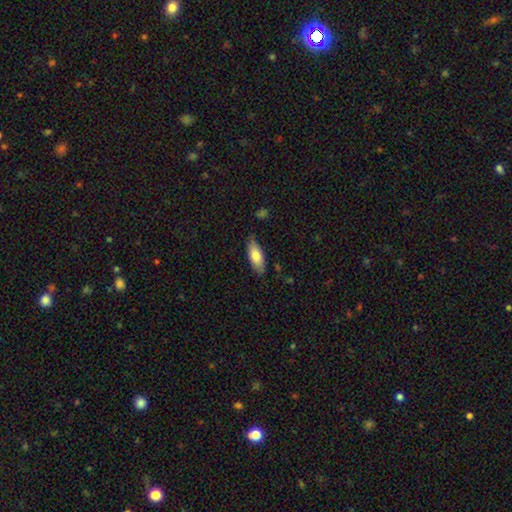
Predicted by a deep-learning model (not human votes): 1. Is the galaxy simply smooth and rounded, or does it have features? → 75% smooth, 18% featured or disk, 6% star or artifact.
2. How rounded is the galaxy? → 75% in between, 23% cigar-shaped, 2% round.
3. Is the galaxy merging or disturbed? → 79% none, 17% minor disturbance, 3% major disturbance, 2% merger.